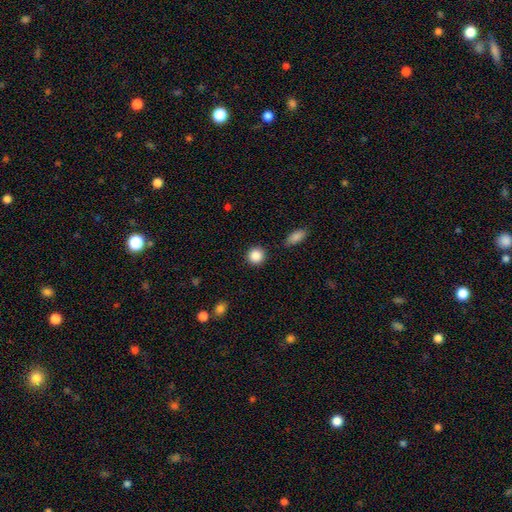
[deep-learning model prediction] Smooth or featured? Predicted: smooth (p=0.87). How rounded? Predicted: round (p=0.92). Merging? Predicted: none (p=0.88).